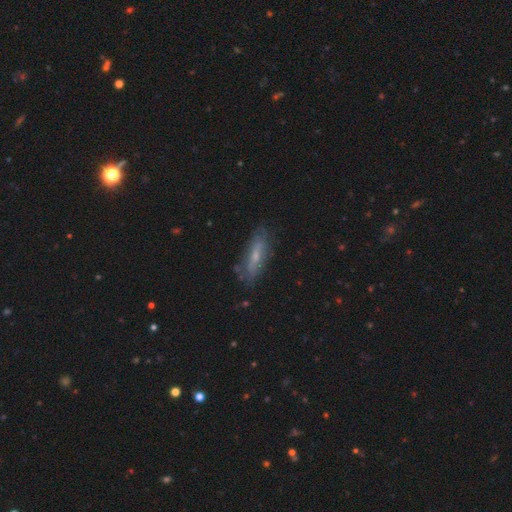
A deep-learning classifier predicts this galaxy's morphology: Smooth or featured?
  - featured or disk: 50% *
  - smooth: 42%
  - star or artifact: 8%
Edge-on disk?
  - no: 58% *
  - yes: 42%
Merging?
  - none: 74% *
  - minor disturbance: 19%
  - major disturbance: 5%
  - merger: 2%